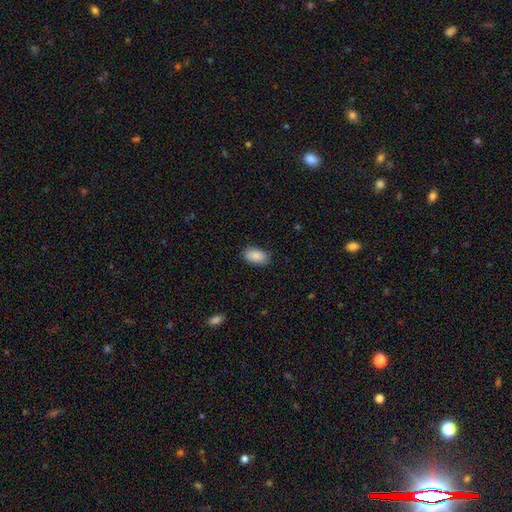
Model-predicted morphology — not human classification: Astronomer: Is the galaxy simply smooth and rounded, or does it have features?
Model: smooth — 89%.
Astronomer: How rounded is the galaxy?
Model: in between — 93%.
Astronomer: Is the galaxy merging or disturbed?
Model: none — 86%.